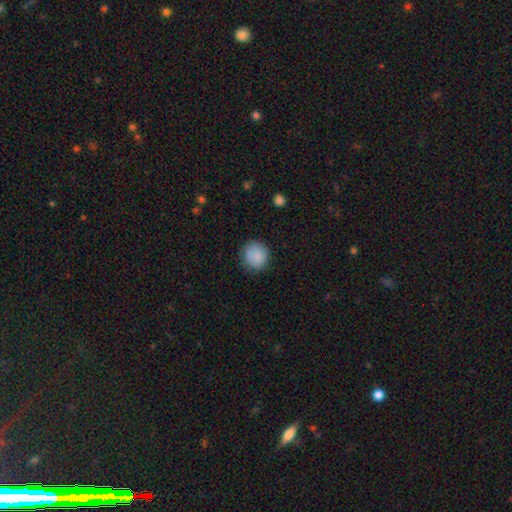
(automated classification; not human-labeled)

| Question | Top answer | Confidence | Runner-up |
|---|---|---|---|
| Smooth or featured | smooth | 87% | star or artifact (7%) |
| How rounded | round | 86% | in between (13%) |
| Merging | none | 83% | minor disturbance (13%) |